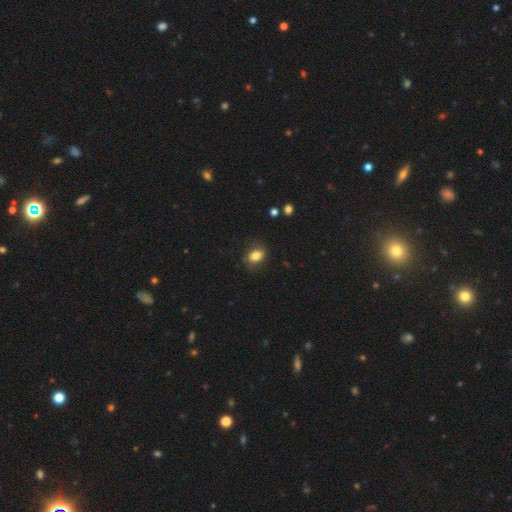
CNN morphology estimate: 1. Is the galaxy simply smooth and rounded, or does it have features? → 83% smooth, 9% star or artifact, 8% featured or disk.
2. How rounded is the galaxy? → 73% in between, 25% round, 2% cigar-shaped.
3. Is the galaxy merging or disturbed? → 80% none, 15% minor disturbance, 4% major disturbance, 1% merger.